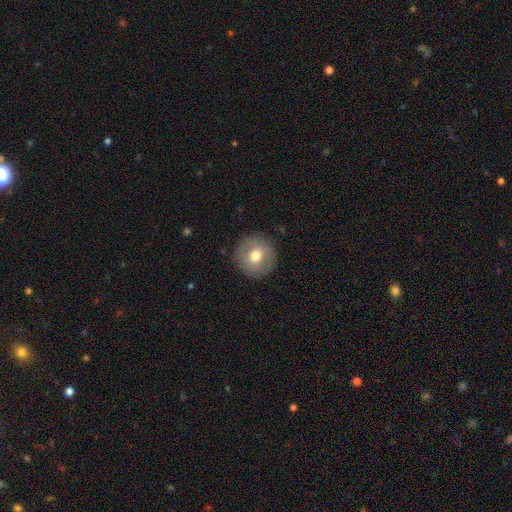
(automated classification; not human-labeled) Smooth or featured?
  - smooth: 68% *
  - featured or disk: 23%
  - star or artifact: 8%
How rounded?
  - round: 94% *
  - in between: 5%
  - cigar-shaped: 1%
Merging?
  - none: 89% *
  - minor disturbance: 7%
  - major disturbance: 3%
  - merger: 1%